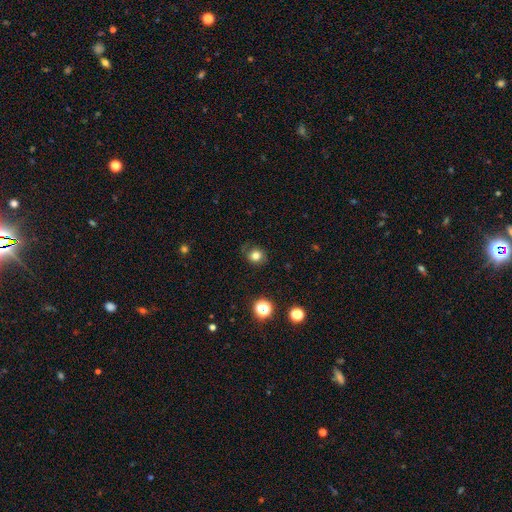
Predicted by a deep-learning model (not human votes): This is likely a smooth galaxy (78%). How rounded: clearly round (80%). Merging: likely none (80%).